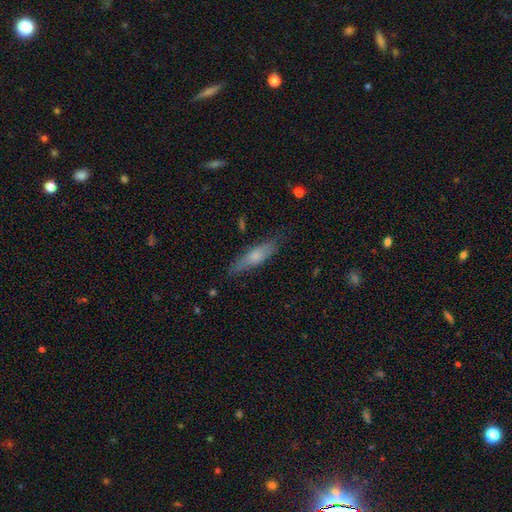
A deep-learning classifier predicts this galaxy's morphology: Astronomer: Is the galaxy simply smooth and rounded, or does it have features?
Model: smooth — 61%.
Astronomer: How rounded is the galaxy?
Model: cigar-shaped — 71%.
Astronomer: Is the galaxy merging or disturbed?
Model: none — 77%.